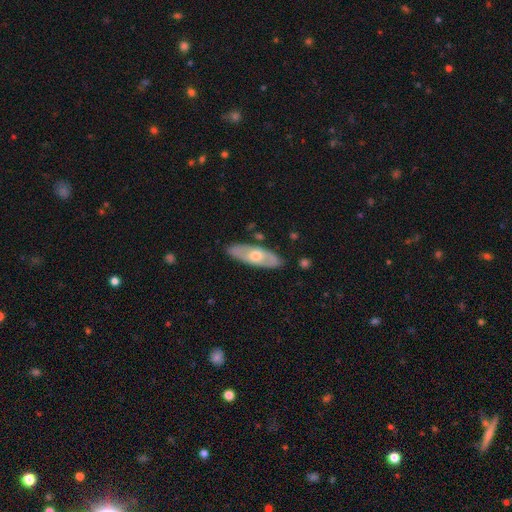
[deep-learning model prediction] Smooth or featured?
  - featured or disk: 55% *
  - smooth: 39%
  - star or artifact: 5%
Edge-on disk?
  - no: 70% *
  - yes: 30%
Merging?
  - none: 85% *
  - minor disturbance: 11%
  - major disturbance: 2%
  - merger: 2%